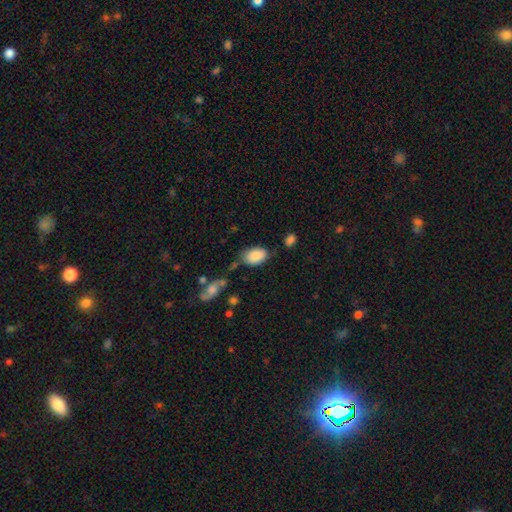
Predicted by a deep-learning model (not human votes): smooth-or-featured: smooth: 84% | featured or disk: 9% | star or artifact: 7%
  how-rounded: in between: 88% | round: 11% | cigar-shaped: 1%
  merging: none: 61% | minor disturbance: 25% | merger: 7% | major disturbance: 7%